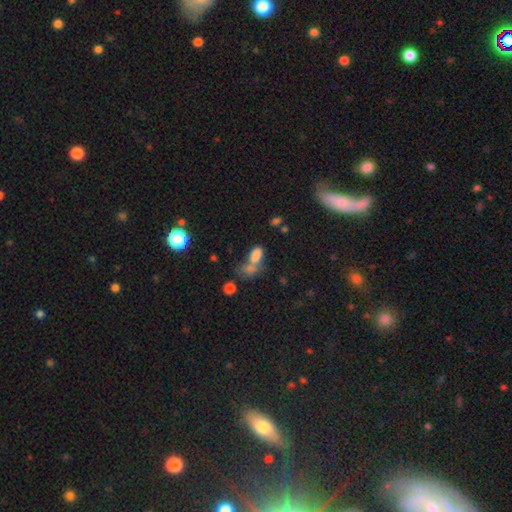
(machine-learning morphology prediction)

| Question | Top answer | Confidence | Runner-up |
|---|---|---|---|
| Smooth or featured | smooth | 78% | star or artifact (13%) |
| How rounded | in between | 88% | round (8%) |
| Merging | merger | 49% | none (30%) |